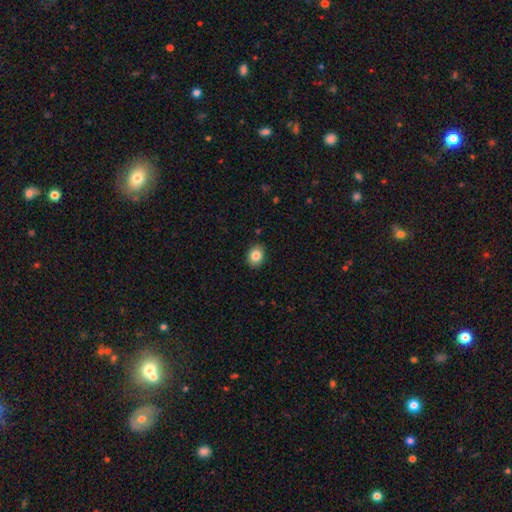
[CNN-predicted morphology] Smooth or featured?
  - smooth: 85% *
  - star or artifact: 9%
  - featured or disk: 6%
How rounded?
  - in between: 51% *
  - round: 48%
  - cigar-shaped: 1%
Merging?
  - none: 89% *
  - minor disturbance: 8%
  - major disturbance: 2%
  - merger: 1%